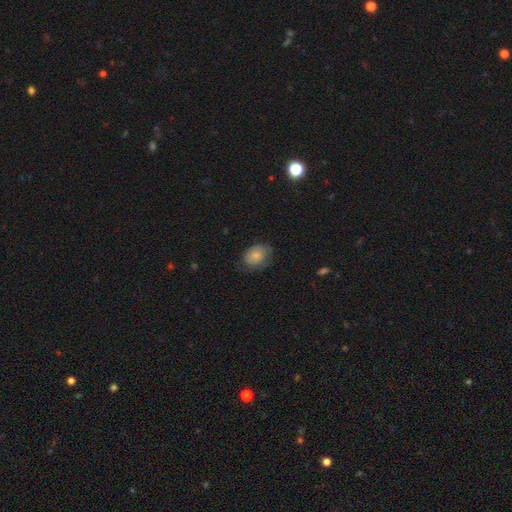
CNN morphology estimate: A smooth galaxy with no disk features (75%) that is in between round and cigar-shaped (62%). Merging: none (63%).